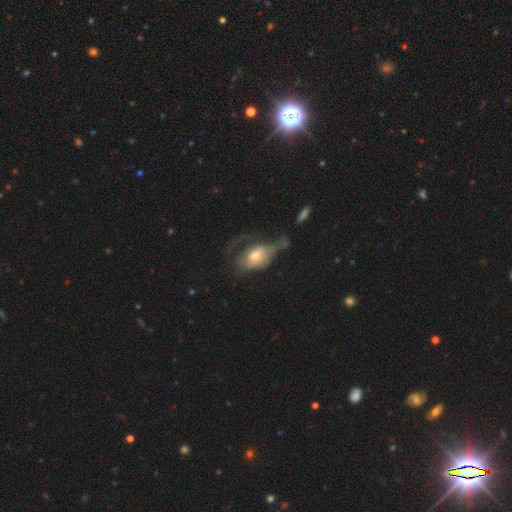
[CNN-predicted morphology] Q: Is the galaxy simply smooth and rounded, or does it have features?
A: featured or disk — 52%.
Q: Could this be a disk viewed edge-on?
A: no — 88%.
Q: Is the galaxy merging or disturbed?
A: major disturbance — 51%.